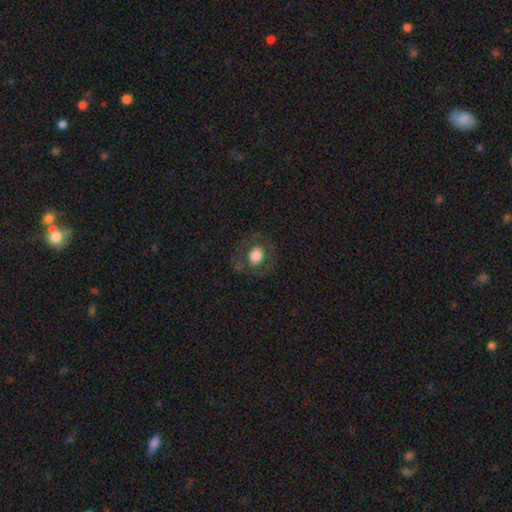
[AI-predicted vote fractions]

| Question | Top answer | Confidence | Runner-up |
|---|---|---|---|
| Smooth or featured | smooth | 66% | featured or disk (24%) |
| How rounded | round | 61% | in between (38%) |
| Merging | none | 79% | minor disturbance (12%) |